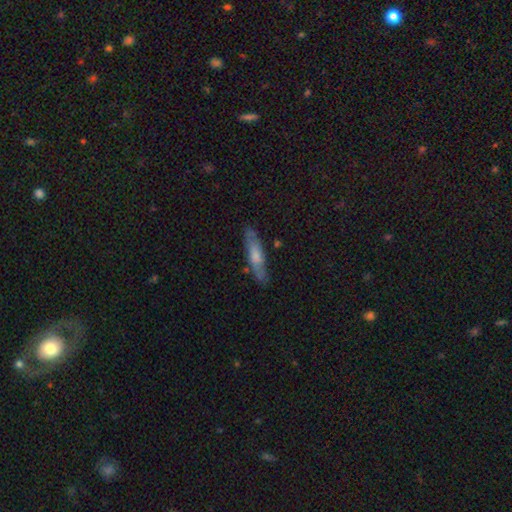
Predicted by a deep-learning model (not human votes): A smooth galaxy with no disk features (56%) that is cigar-shaped (77%).

Vote fractions:
- Smooth or featured? smooth: 56% / featured or disk: 38% / star or artifact: 6%
- How rounded? cigar-shaped: 77% / in between: 21% / round: 2%
- Merging? none: 78% / minor disturbance: 16% / major disturbance: 4% / merger: 2%